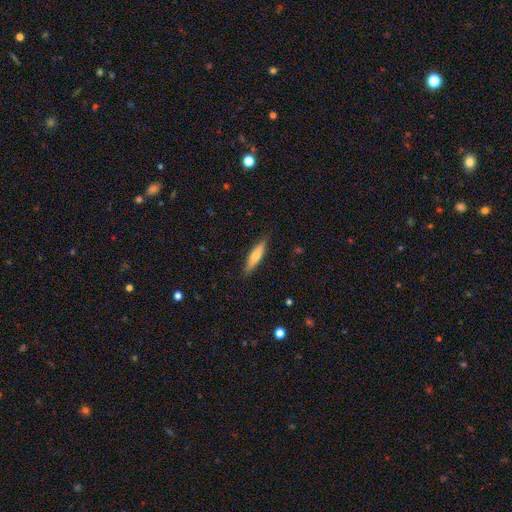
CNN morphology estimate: Smooth or featured? Predicted: smooth (p=0.67). How rounded? Predicted: cigar-shaped (p=0.82). Merging? Predicted: none (p=0.88).